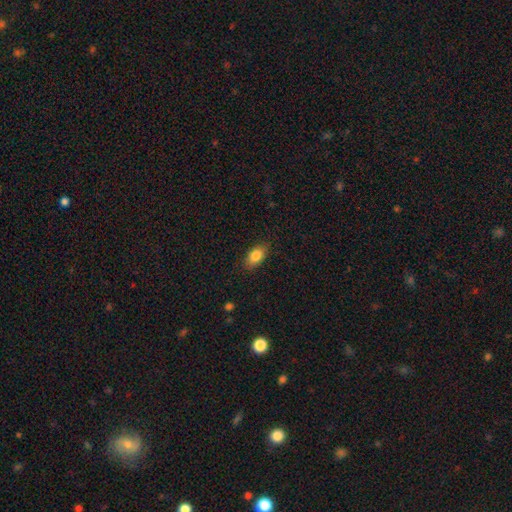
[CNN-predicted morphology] smooth 84%, featured or disk 9%, star or artifact 8%. Down the decision tree: how rounded — in between (88%); merging — none (86%).